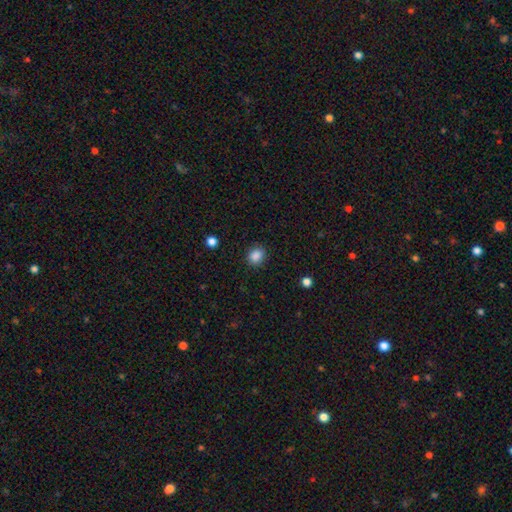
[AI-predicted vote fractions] This appears to be a smooth galaxy with no disk features (87%) that is round (69%). Merging: none (88%).